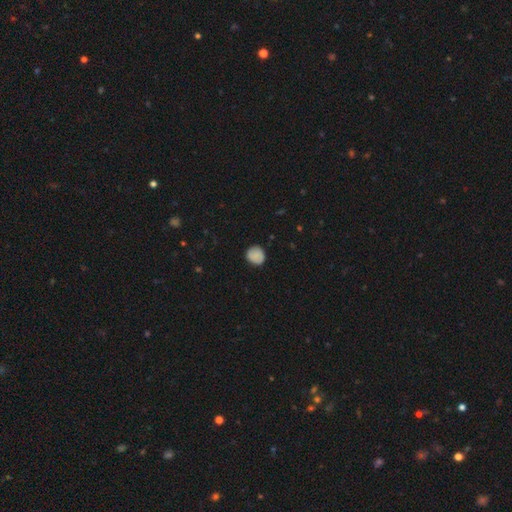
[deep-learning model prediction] smooth-or-featured: smooth: 82% | featured or disk: 10% | star or artifact: 9%
  how-rounded: round: 85% | in between: 14% | cigar-shaped: 1%
  merging: none: 82% | minor disturbance: 14% | major disturbance: 3% | merger: 1%